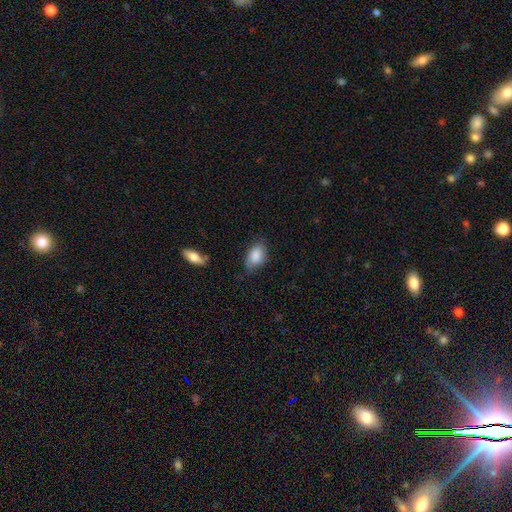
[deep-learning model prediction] Q: Smooth or featured?
A: smooth (86%); runner-up: featured or disk (7%)
Q: How rounded?
A: in between (92%); runner-up: round (6%)
Q: Merging?
A: none (66%); runner-up: minor disturbance (26%)